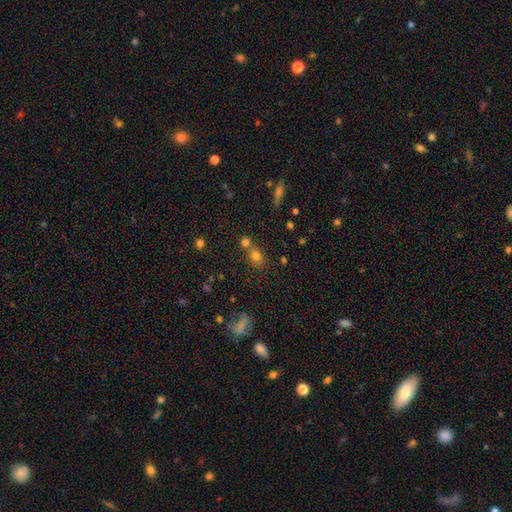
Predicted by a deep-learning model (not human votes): Smooth or featured: smooth — 71% (star or artifact — 19%)
How rounded: round — 62% (in between — 36%)
Merging: none — 53% (merger — 33%)